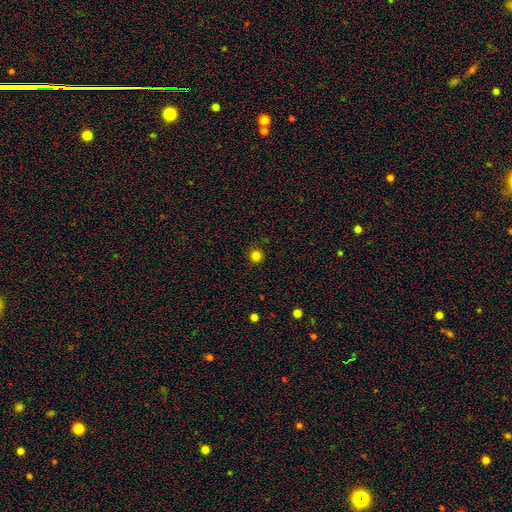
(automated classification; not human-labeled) Overall: smooth (82%). How rounded: round (95%). Merging: none (91%).